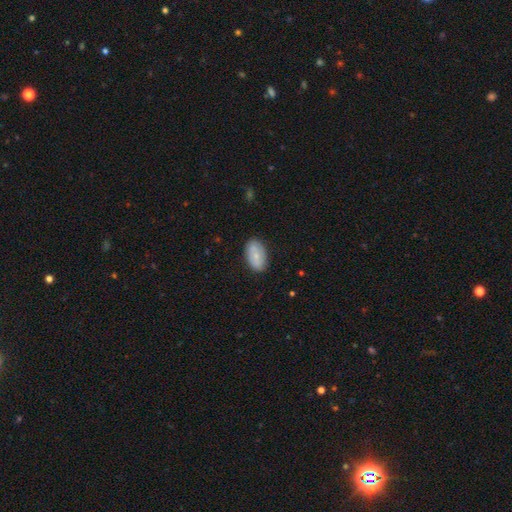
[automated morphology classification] A smooth galaxy with no disk features (66%) that is in between round and cigar-shaped (93%).

Vote fractions:
- Smooth or featured? smooth: 66% / featured or disk: 28% / star or artifact: 6%
- How rounded? in between: 93% / round: 6% / cigar-shaped: 2%
- Merging? none: 84% / minor disturbance: 12% / major disturbance: 3% / merger: 1%